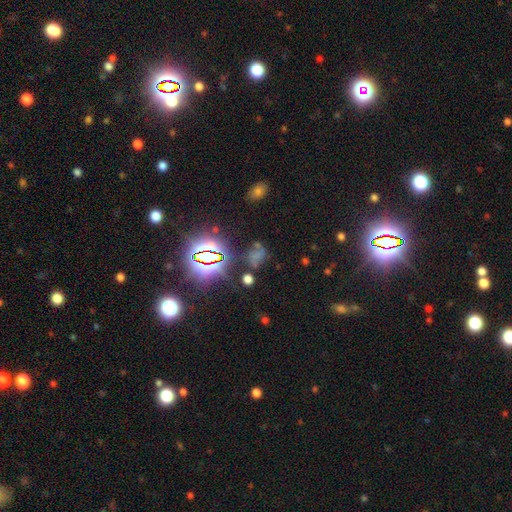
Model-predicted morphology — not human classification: smooth-or-featured: star or artifact: 43% | smooth: 37% | featured or disk: 20%